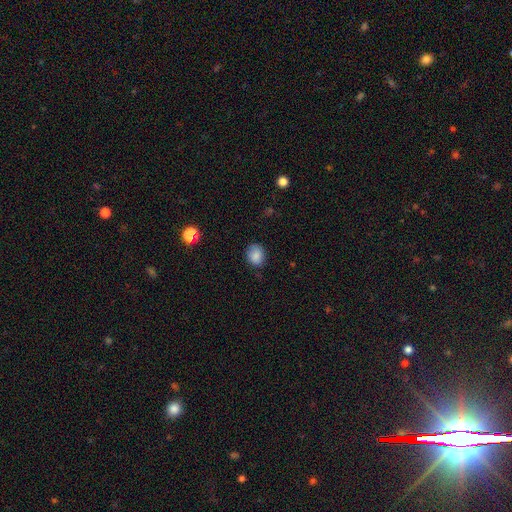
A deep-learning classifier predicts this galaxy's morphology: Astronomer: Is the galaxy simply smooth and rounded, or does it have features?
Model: smooth — 85%.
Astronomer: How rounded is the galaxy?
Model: round — 53% (runner-up: in between, 46%).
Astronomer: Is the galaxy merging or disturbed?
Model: none — 77%.